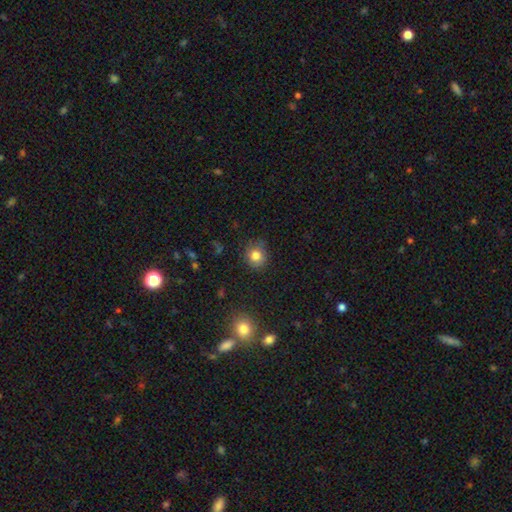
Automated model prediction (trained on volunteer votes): Smooth or featured? Predicted: smooth (p=0.81). How rounded? Predicted: round (p=0.85). Merging? Predicted: none (p=0.81).